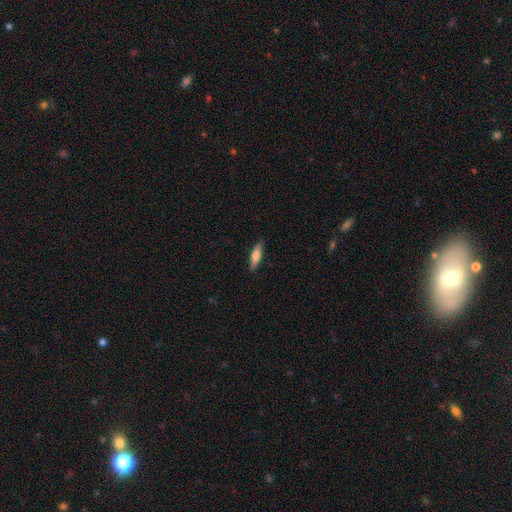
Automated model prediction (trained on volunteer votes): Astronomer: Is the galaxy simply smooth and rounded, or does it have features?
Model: smooth — 67%.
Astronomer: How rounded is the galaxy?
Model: cigar-shaped — 60% (runner-up: in between, 38%).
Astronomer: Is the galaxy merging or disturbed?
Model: none — 87%.